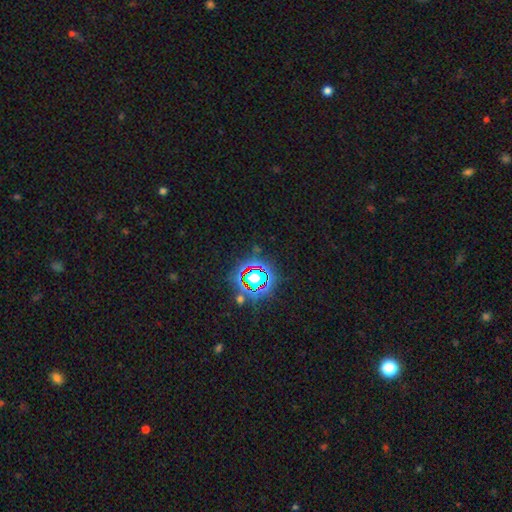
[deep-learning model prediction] Smooth or featured? Predicted: star or artifact (p=0.78).